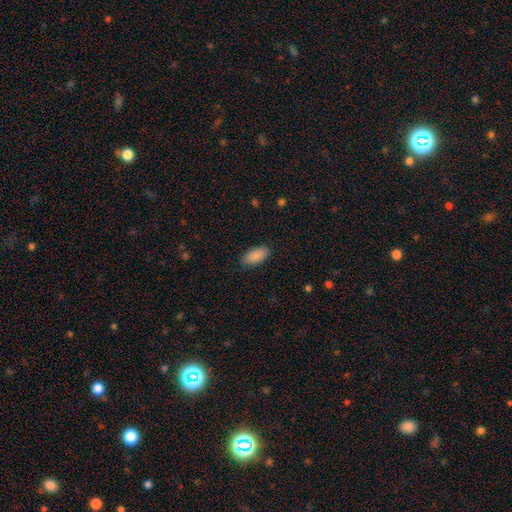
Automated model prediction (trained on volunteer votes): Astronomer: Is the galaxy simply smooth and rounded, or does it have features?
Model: smooth — 90%.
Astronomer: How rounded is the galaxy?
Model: in between — 91%.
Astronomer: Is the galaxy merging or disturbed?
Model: none — 87%.